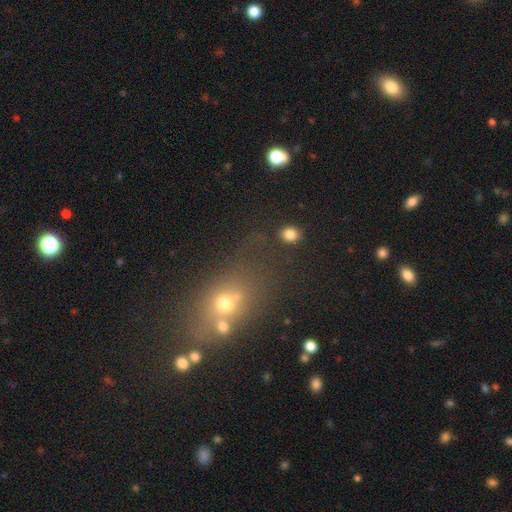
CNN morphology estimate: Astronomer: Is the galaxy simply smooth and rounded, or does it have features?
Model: smooth — 47% (runner-up: star or artifact, 40%).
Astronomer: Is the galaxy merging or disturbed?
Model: none — 68%.